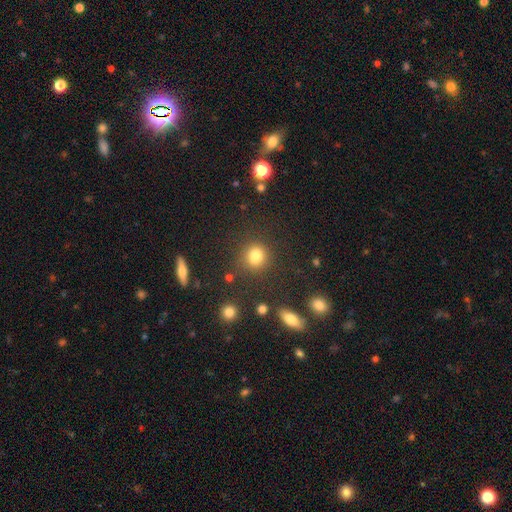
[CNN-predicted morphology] This is likely a smooth galaxy (77%). How rounded: likely round (78%). Merging: likely none (72%).